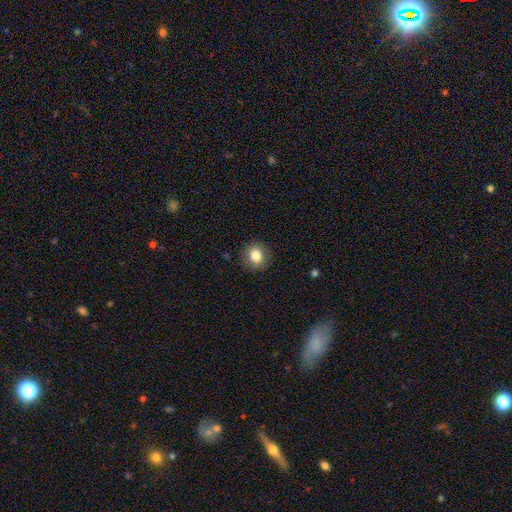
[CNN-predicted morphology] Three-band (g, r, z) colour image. It shows a smooth galaxy with no disk features (82%) that is round (80%). Merging: none (88%).